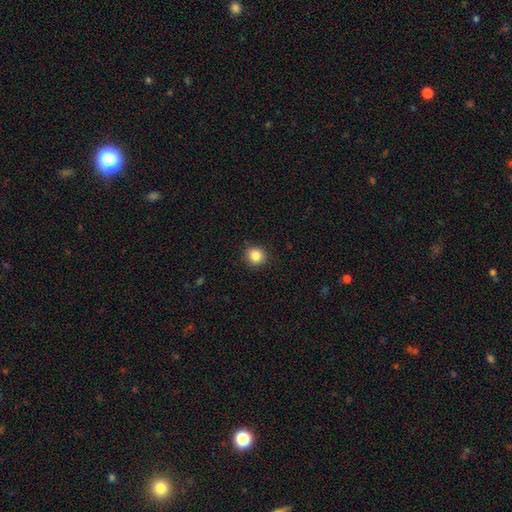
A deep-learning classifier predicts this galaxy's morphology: smooth 85%, star or artifact 10%, featured or disk 5%. Down the decision tree: how rounded — round (90%); merging — none (91%).